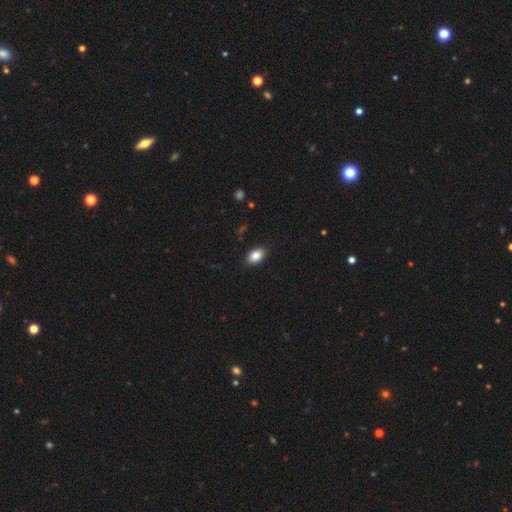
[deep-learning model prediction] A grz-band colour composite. It shows a smooth galaxy with no disk features (87%) that is in between round and cigar-shaped (88%). Merging: none (87%).